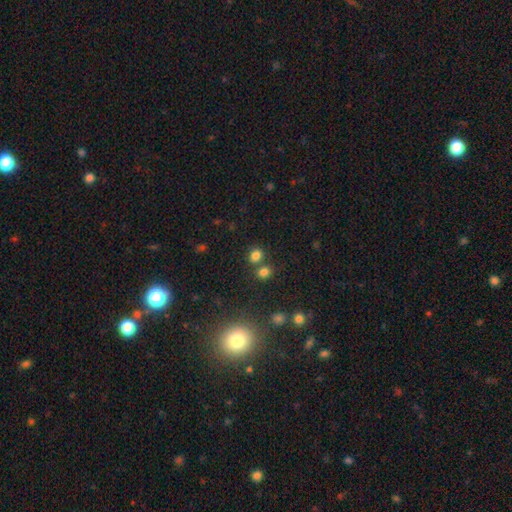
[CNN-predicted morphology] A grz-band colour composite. It shows a smooth galaxy with no disk features (78%) that is round (67%). Merging: none (64%).